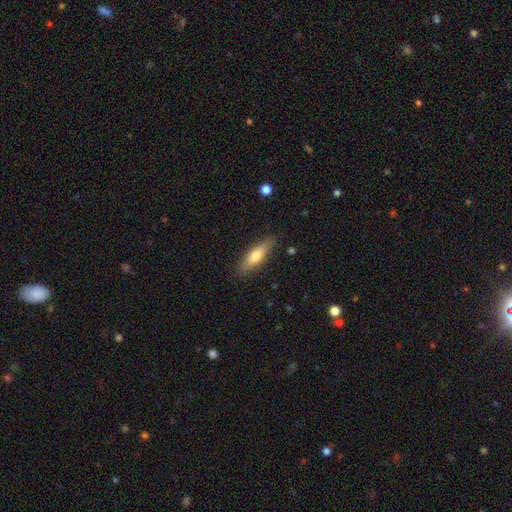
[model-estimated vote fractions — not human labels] Smooth or featured: smooth — 65% (featured or disk — 29%)
How rounded: cigar-shaped — 61% (in between — 37%)
Merging: none — 85% (minor disturbance — 11%)